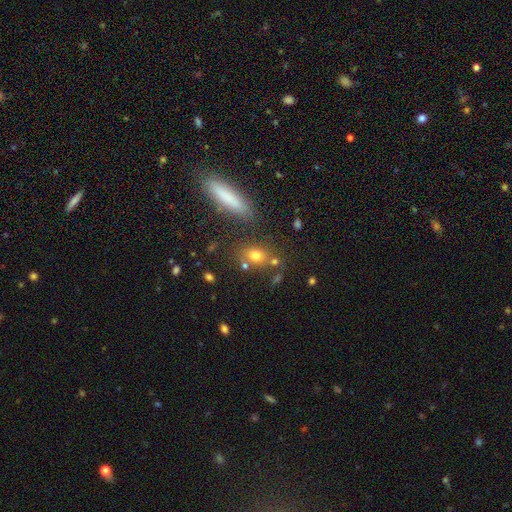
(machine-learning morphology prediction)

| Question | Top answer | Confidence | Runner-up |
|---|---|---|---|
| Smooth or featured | smooth | 73% | star or artifact (15%) |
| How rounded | in between | 53% | round (41%) |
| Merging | none | 69% | merger (13%) |